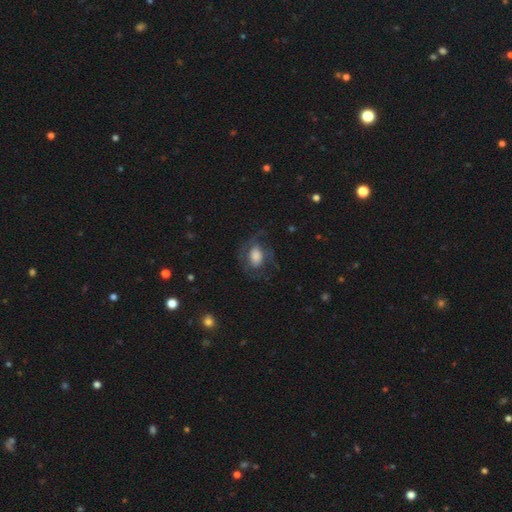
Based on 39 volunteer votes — Smooth or featured: featured or disk — 54% (smooth — 38%)
Edge-on disk: no — 100%
Bar: no — 67% (weak — 29%)
Spiral arms: no — 52% (yes — 48%)
Bulge size: large — 52% (moderate — 24%)
Merging: major disturbance — 50% (none — 25%)